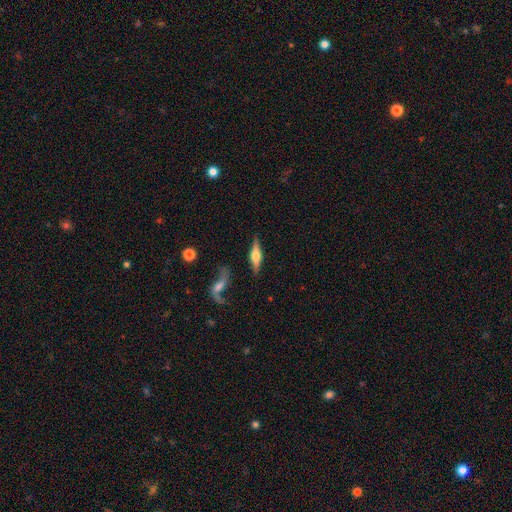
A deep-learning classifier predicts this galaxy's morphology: Smooth or featured: featured or disk — 69% (smooth — 25%)
Edge-on disk: yes — 94% (no — 6%)
Edge-on bulge: rounded — 92% (boxy — 6%)
Merging: none — 83% (minor disturbance — 11%)